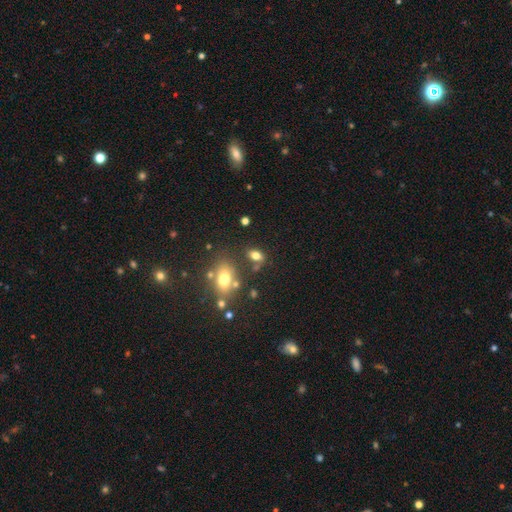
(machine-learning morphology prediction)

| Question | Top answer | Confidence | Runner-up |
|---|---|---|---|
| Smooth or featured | smooth | 76% | star or artifact (13%) |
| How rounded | in between | 84% | round (13%) |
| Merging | none | 67% | minor disturbance (14%) |